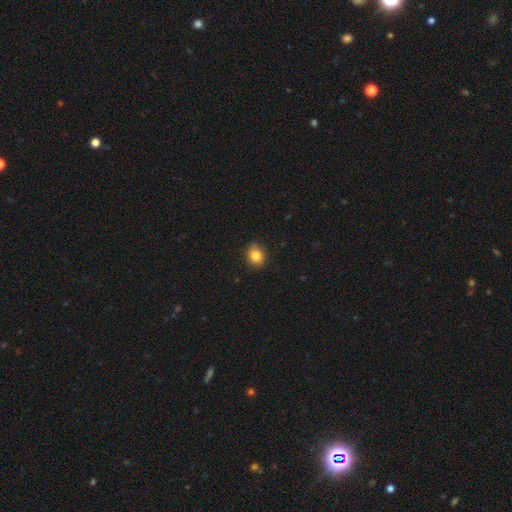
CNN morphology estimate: This appears to be a smooth galaxy with no disk features (83%) that is round (59%). Merging: none (77%).